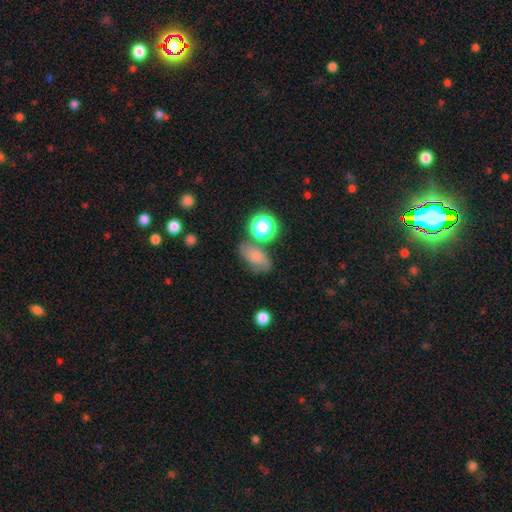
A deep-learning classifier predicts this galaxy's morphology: A smooth galaxy with no disk features (68%) that is in between round and cigar-shaped (81%).

Vote fractions:
- Smooth or featured? smooth: 68% / featured or disk: 18% / star or artifact: 14%
- How rounded? in between: 81% / round: 15% / cigar-shaped: 4%
- Merging? none: 59% / minor disturbance: 22% / merger: 10% / major disturbance: 8%